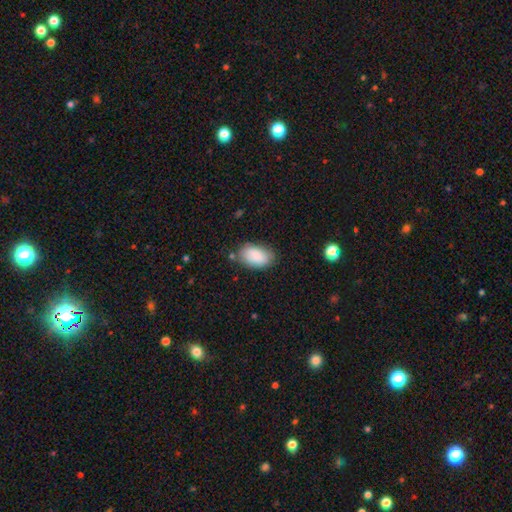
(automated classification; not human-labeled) Smooth or featured: smooth — 88% (star or artifact — 6%)
How rounded: in between — 94% (round — 5%)
Merging: none — 77% (minor disturbance — 17%)